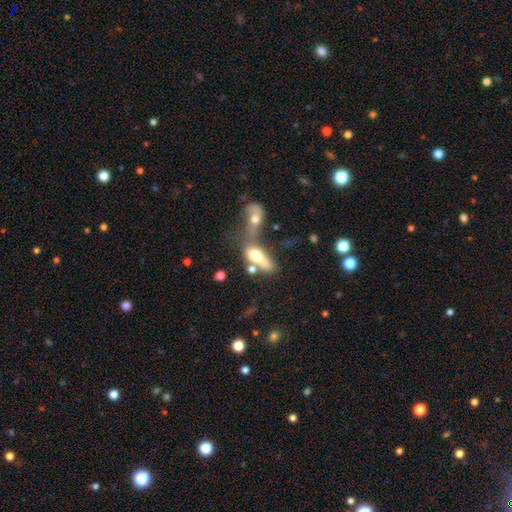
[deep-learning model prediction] This is likely a smooth galaxy (60%). How rounded: likely in between (70%). Merging: likely merger (66%).